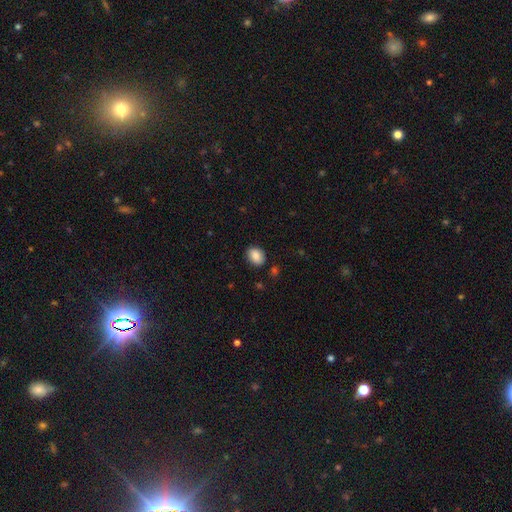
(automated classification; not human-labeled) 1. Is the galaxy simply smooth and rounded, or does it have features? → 87% smooth, 8% star or artifact, 5% featured or disk.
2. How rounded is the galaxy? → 61% in between, 38% round, 1% cigar-shaped.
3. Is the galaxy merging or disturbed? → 86% none, 10% minor disturbance, 2% major disturbance, 2% merger.